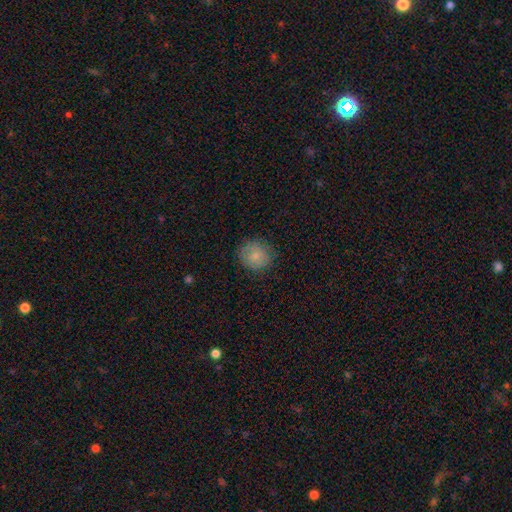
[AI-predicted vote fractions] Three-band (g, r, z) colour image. It shows a smooth galaxy with no disk features (82%) that is round (86%). Merging: none (83%).